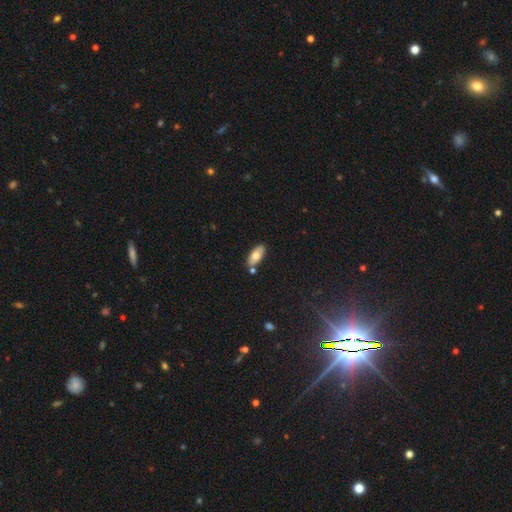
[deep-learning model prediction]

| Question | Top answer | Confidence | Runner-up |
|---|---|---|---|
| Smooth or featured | smooth | 67% | featured or disk (27%) |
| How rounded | in between | 89% | cigar-shaped (8%) |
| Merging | none | 75% | minor disturbance (13%) |